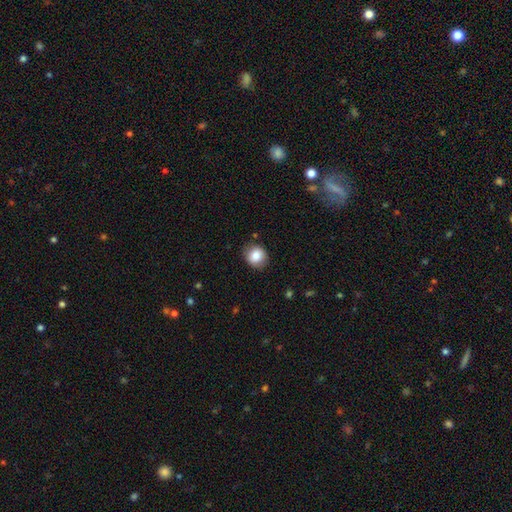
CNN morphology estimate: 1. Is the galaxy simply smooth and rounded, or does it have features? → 83% smooth, 9% star or artifact, 8% featured or disk.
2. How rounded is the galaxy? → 85% round, 14% in between, 1% cigar-shaped.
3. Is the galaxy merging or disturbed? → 85% none, 11% minor disturbance, 3% major disturbance, 1% merger.